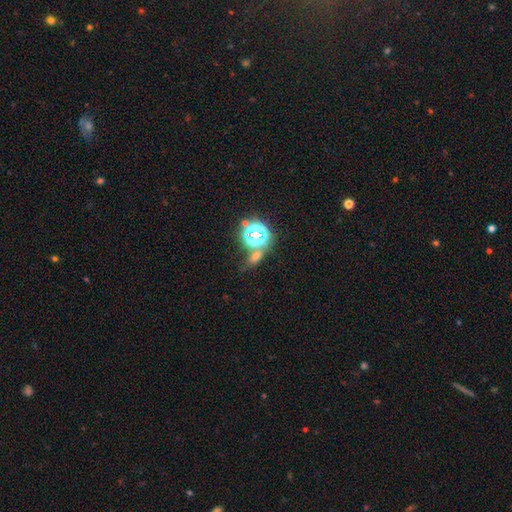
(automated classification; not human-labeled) Morphology: type=smooth (49%); merging=none (58%).